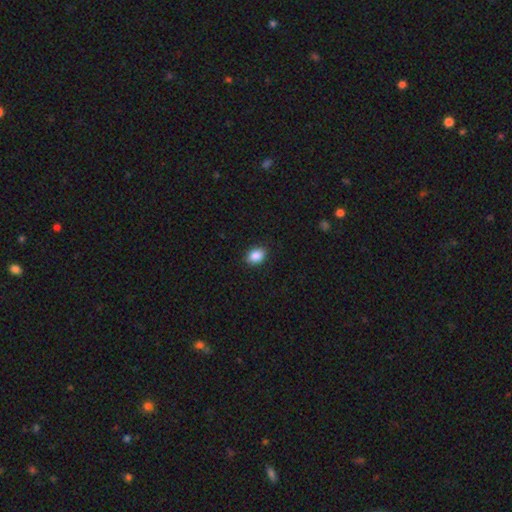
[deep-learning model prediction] Morphology: type=smooth (88%); roundness=in between (75%); merging=none (89%).